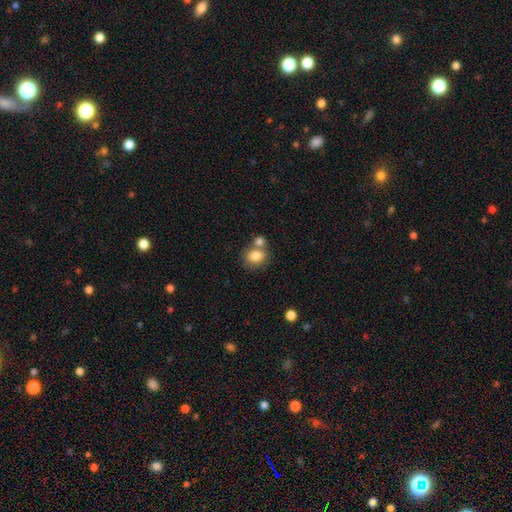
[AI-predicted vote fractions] A smooth galaxy with no disk features (82%) that is round (68%). Merging: none (50%).